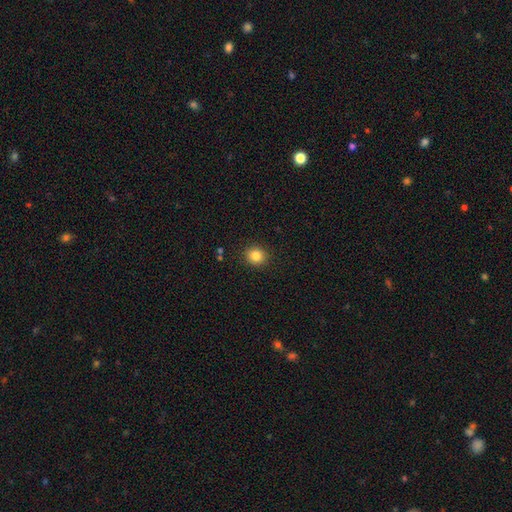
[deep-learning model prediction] Smooth or featured: smooth — 84% (star or artifact — 11%)
How rounded: round — 85% (in between — 14%)
Merging: none — 90% (minor disturbance — 6%)